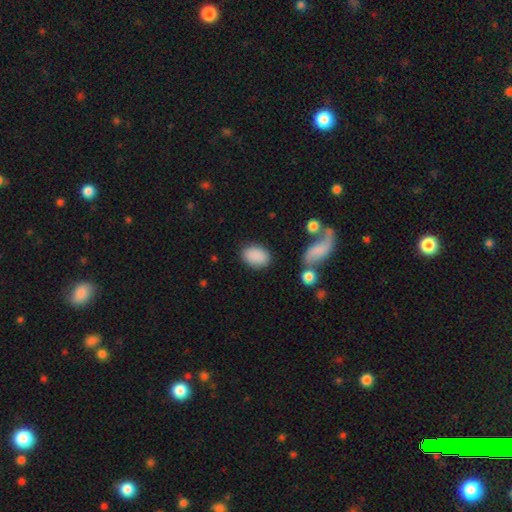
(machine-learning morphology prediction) Smooth or featured? Predicted: smooth (p=0.88). How rounded? Predicted: in between (p=0.87). Merging? Predicted: none (p=0.82).